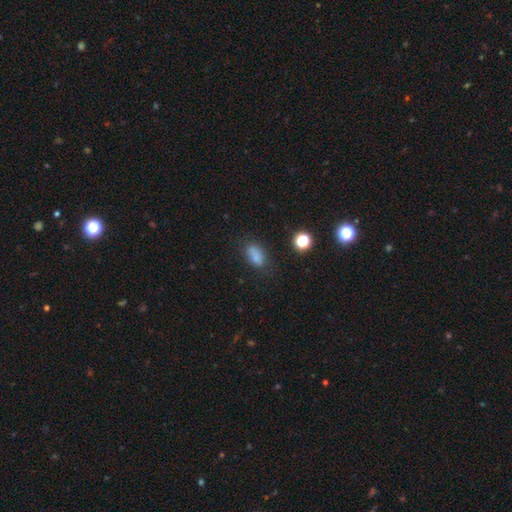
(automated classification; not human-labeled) This appears to be a smooth galaxy with no disk features (77%) that is in between round and cigar-shaped (84%). Merging: none (64%).